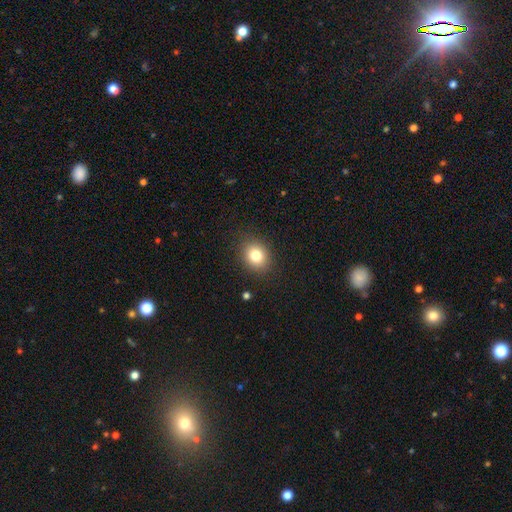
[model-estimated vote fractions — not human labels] The model was most divided on "how rounded": round: 63%, in between: 36%, cigar-shaped: 1%. More confident: merging — none (86%); smooth or featured — smooth (81%).